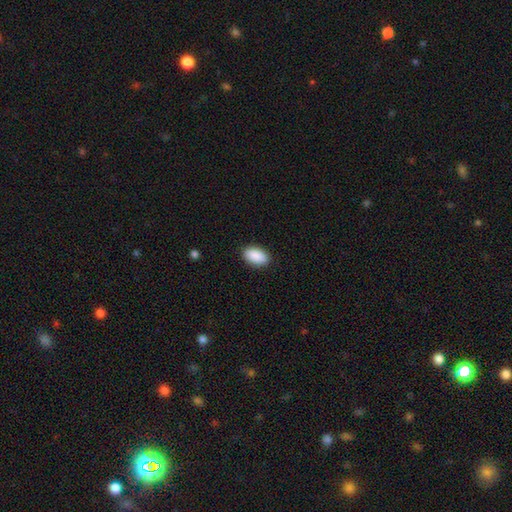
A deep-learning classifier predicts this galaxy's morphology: smooth 91%, star or artifact 6%, featured or disk 3%. Down the decision tree: how rounded — in between (94%); merging — none (90%).